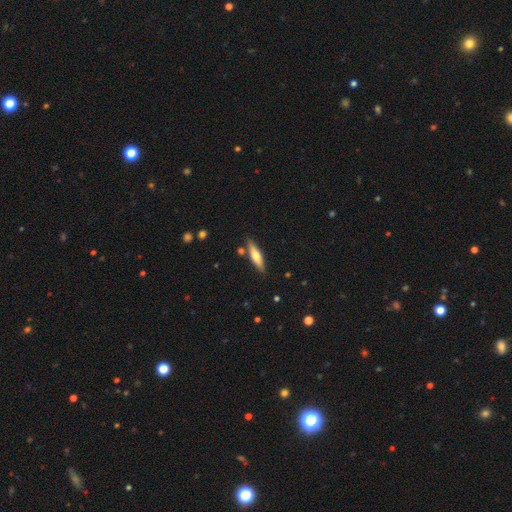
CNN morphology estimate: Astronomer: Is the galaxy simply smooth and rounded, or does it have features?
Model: smooth — 52% (runner-up: featured or disk, 42%).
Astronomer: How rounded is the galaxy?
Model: cigar-shaped — 73%.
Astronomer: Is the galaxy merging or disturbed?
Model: none — 83%.